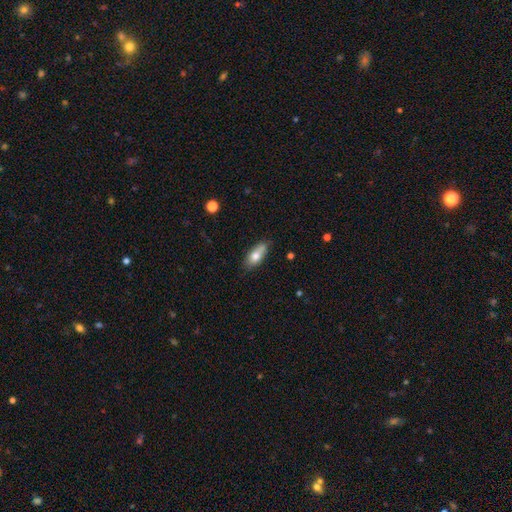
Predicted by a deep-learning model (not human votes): Overall: smooth (73%). How rounded: in between (77%). Merging: none (67%).